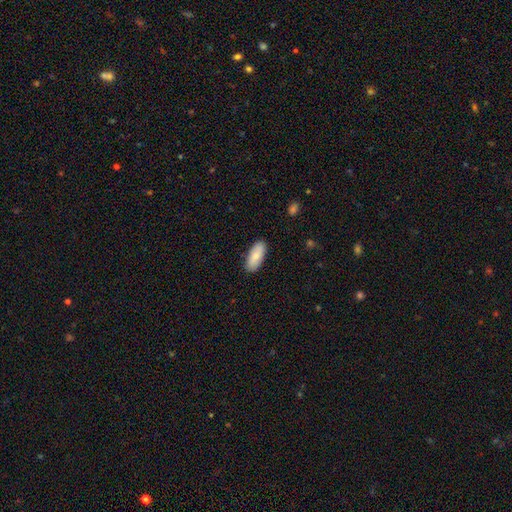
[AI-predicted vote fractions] Q: Smooth or featured?
A: smooth (82%); runner-up: featured or disk (12%)
Q: How rounded?
A: in between (85%); runner-up: cigar-shaped (13%)
Q: Merging?
A: none (88%); runner-up: minor disturbance (9%)